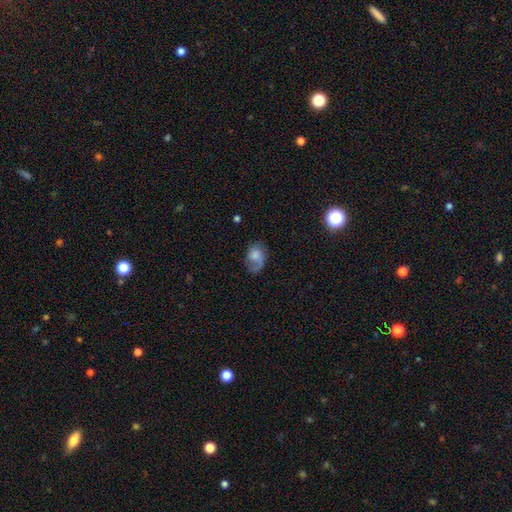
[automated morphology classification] Smooth or featured? Predicted: smooth (p=0.49). Merging? Predicted: none (p=0.52).